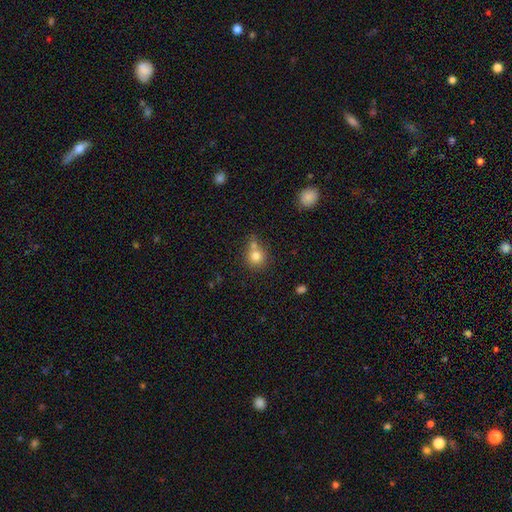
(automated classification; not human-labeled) This is likely a smooth galaxy (78%). How rounded: clearly round (85%). Merging: possibly none (50%).